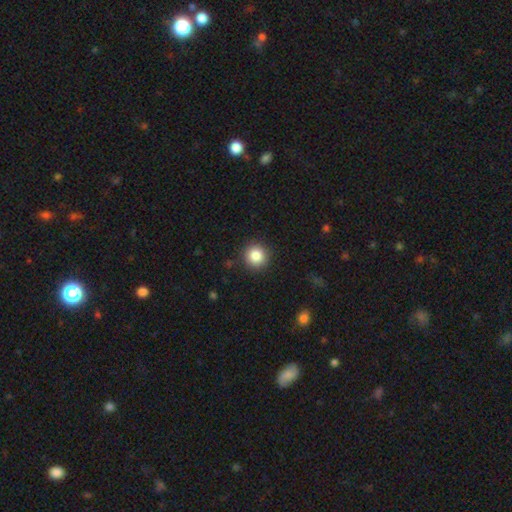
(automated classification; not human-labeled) Overall: smooth (86%). How rounded: round (94%). Merging: none (90%).